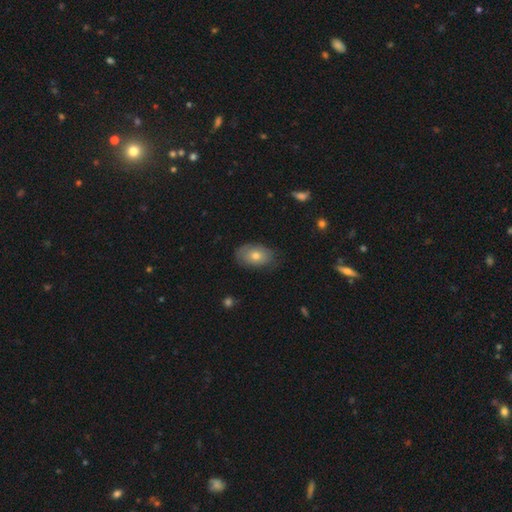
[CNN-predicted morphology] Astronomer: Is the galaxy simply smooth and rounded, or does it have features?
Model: smooth — 67%.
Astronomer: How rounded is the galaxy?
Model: in between — 88%.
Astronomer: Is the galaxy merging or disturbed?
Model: none — 76%.